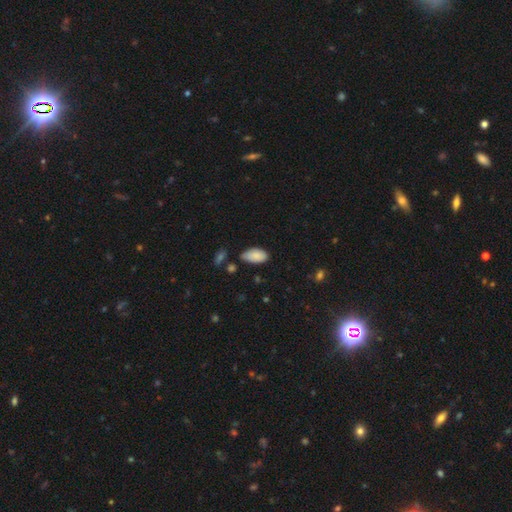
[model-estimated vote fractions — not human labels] Smooth or featured?
  - smooth: 86% *
  - featured or disk: 7%
  - star or artifact: 7%
How rounded?
  - in between: 95% *
  - round: 3%
  - cigar-shaped: 2%
Merging?
  - none: 64% *
  - minor disturbance: 27%
  - major disturbance: 4%
  - merger: 4%